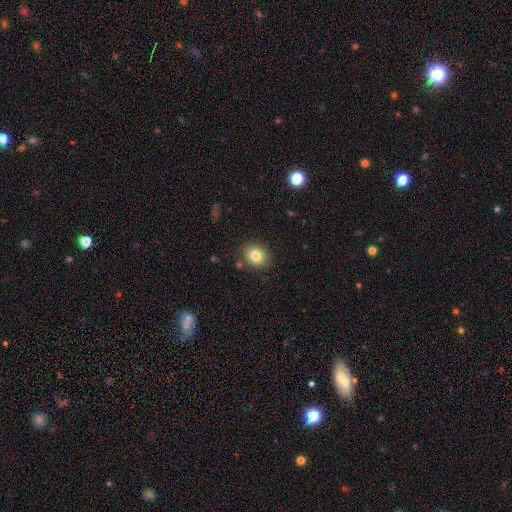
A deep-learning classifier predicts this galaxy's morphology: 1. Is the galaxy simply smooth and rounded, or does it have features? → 81% smooth, 11% star or artifact, 8% featured or disk.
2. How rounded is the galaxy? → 67% round, 32% in between, 1% cigar-shaped.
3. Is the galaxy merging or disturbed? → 83% none, 11% minor disturbance, 4% merger, 3% major disturbance.